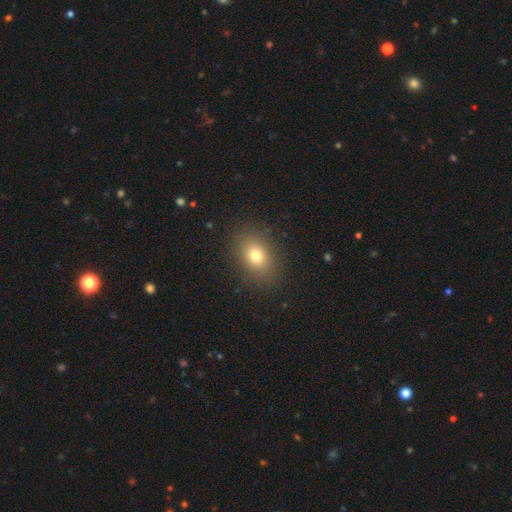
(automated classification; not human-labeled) A smooth galaxy with no disk features (76%) that is in between round and cigar-shaped (67%). Merging: none (87%).